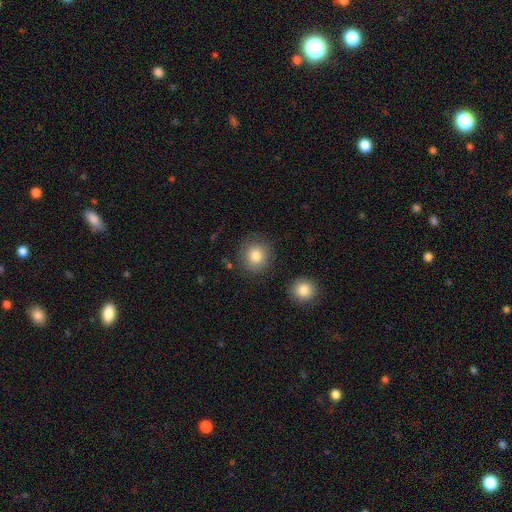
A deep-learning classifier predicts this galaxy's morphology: type=smooth (82%); roundness=round (91%); merging=none (85%).